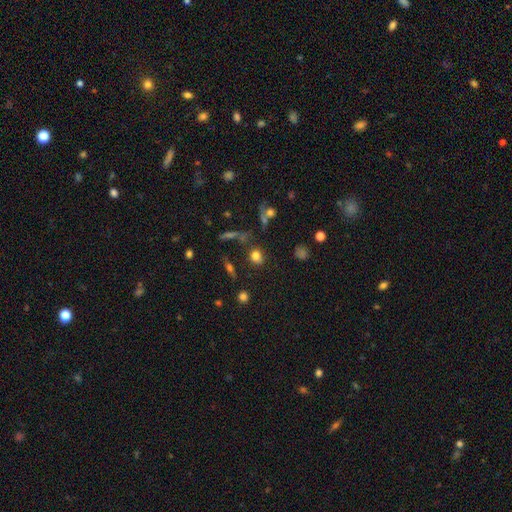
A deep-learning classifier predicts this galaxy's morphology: Smooth or featured?
  - smooth: 77% *
  - star or artifact: 14%
  - featured or disk: 9%
How rounded?
  - round: 58% *
  - in between: 40%
  - cigar-shaped: 2%
Merging?
  - none: 77% *
  - minor disturbance: 12%
  - merger: 6%
  - major disturbance: 5%